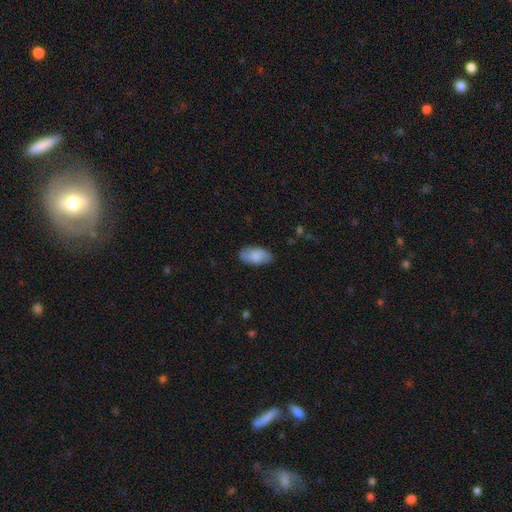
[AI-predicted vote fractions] Smooth or featured? smooth (75%)
How rounded? in between (95%)
Merging? none (79%)